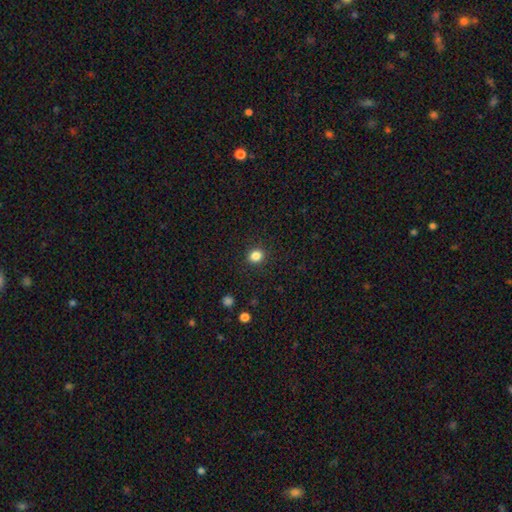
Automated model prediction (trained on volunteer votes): smooth 85%, star or artifact 12%, featured or disk 4%. Down the decision tree: how rounded — round (74%); merging — none (90%).